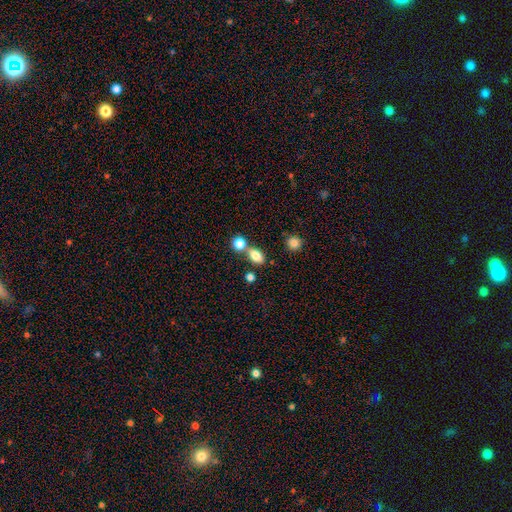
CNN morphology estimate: Smooth or featured? Predicted: smooth (p=0.81). How rounded? Predicted: in between (p=0.78). Merging? Predicted: none (p=0.57).